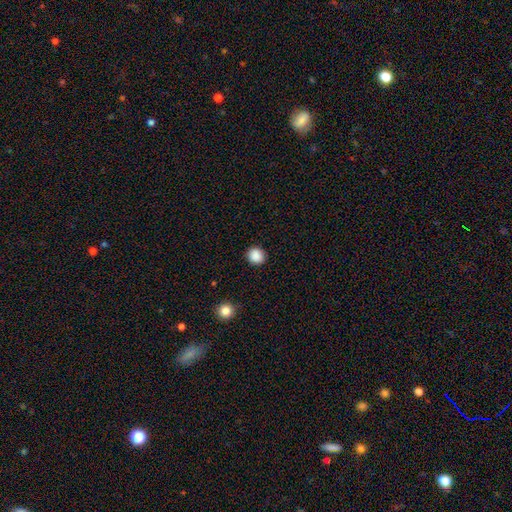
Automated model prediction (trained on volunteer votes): smooth-or-featured: smooth: 88% | star or artifact: 9% | featured or disk: 2%
  how-rounded: round: 87% | in between: 12% | cigar-shaped: 1%
  merging: none: 91% | minor disturbance: 6% | major disturbance: 2% | merger: 1%